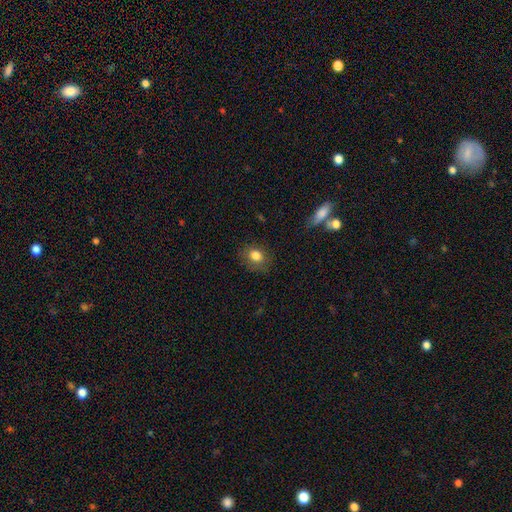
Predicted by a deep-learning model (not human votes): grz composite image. It shows a smooth galaxy with no disk features (81%) that is round (57%). Merging: none (81%).